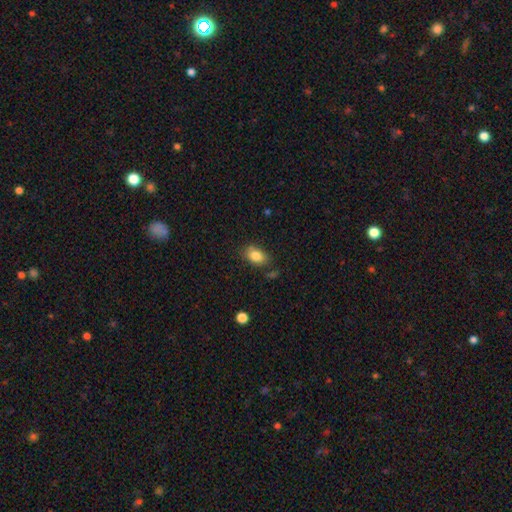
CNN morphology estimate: smooth-or-featured: smooth: 83% | featured or disk: 8% | star or artifact: 8%
  how-rounded: in between: 84% | round: 14% | cigar-shaped: 2%
  merging: none: 76% | minor disturbance: 16% | merger: 4% | major disturbance: 4%